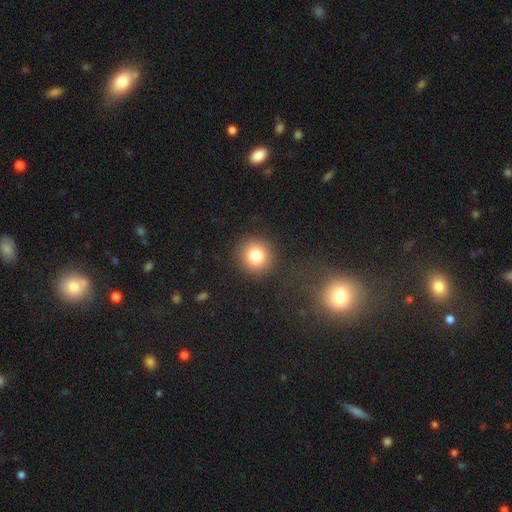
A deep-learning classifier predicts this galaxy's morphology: Q: Smooth or featured?
A: smooth (80%); runner-up: star or artifact (12%)
Q: How rounded?
A: round (93%); runner-up: in between (6%)
Q: Merging?
A: none (89%); runner-up: minor disturbance (6%)